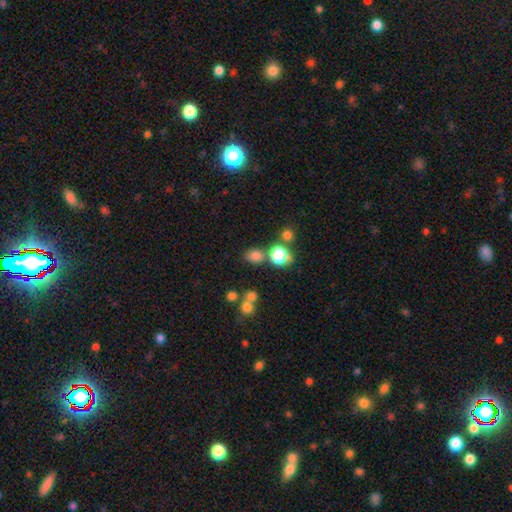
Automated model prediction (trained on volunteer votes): Smooth or featured?
  - smooth: 74% *
  - star or artifact: 19%
  - featured or disk: 6%
How rounded?
  - round: 59% *
  - in between: 39%
  - cigar-shaped: 1%
Merging?
  - none: 69% *
  - merger: 14%
  - minor disturbance: 11%
  - major disturbance: 5%